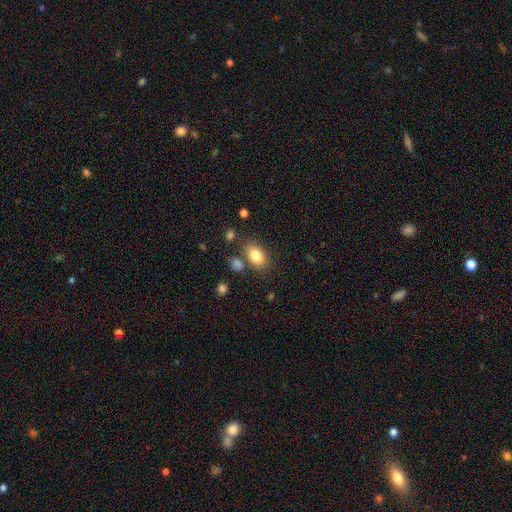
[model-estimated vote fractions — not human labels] The model was most divided on "merging": none: 74%, minor disturbance: 13%, merger: 9%, major disturbance: 4%. More confident: how rounded — in between (87%); smooth or featured — smooth (83%).